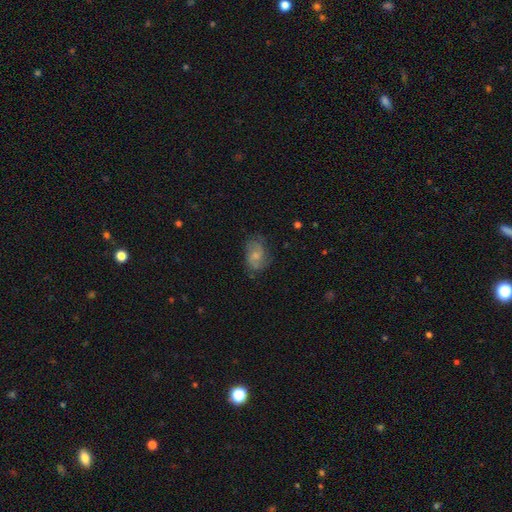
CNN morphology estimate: type=smooth (48%); merging=none (63%).